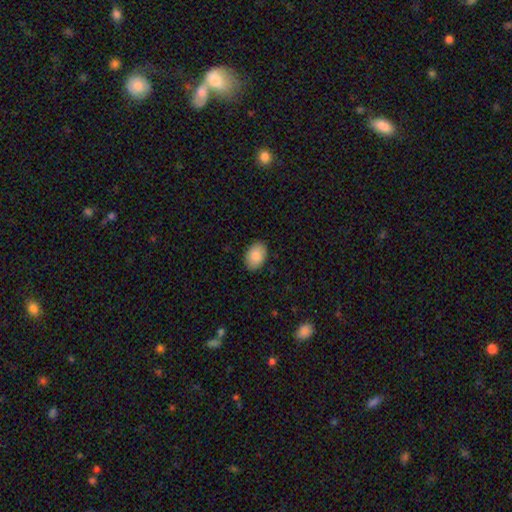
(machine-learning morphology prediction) A smooth galaxy with no disk features (85%) that is in between round and cigar-shaped (84%).

Vote fractions:
- Smooth or featured? smooth: 85% / featured or disk: 8% / star or artifact: 7%
- How rounded? in between: 84% / round: 15% / cigar-shaped: 1%
- Merging? none: 88% / minor disturbance: 9% / major disturbance: 2% / merger: 1%